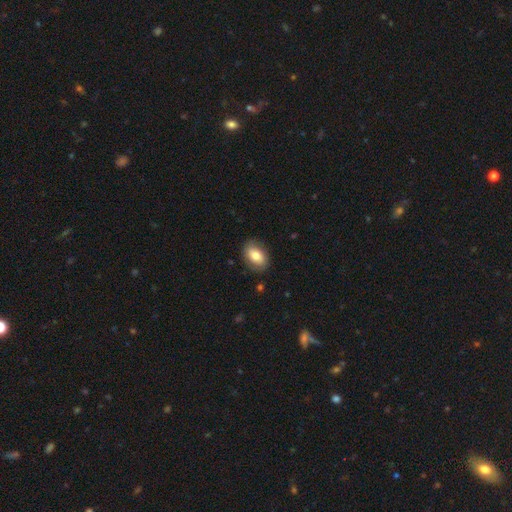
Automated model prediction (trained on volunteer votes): This appears to be a smooth galaxy with no disk features (76%) that is in between round and cigar-shaped (83%). Merging: none (84%).